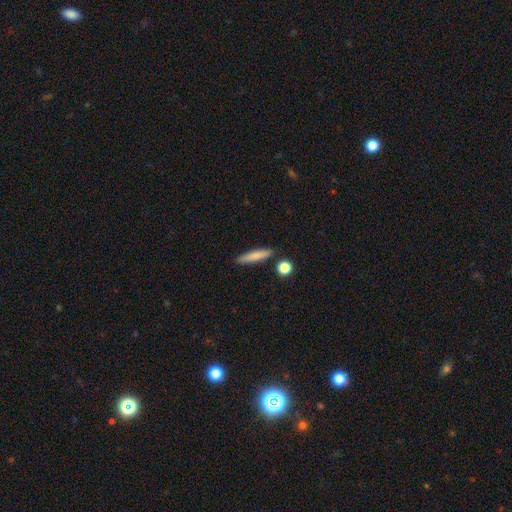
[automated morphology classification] smooth_or_featured: smooth (p=0.79) [alt: featured or disk p=0.14]
how_rounded: cigar-shaped (p=0.87) [alt: in between p=0.11]
merging: none (p=0.85) [alt: minor disturbance p=0.09]